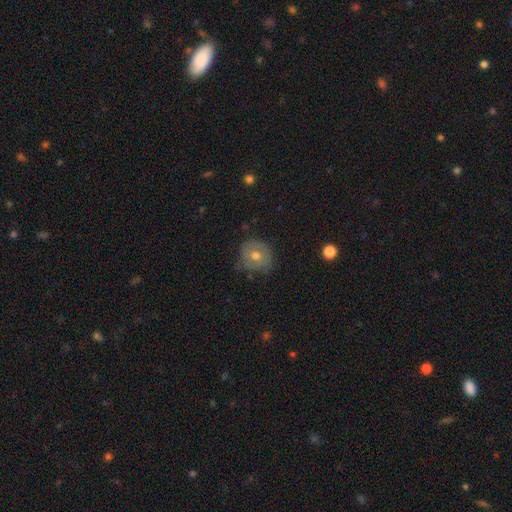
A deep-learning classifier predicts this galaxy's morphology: Smooth or featured?
  - smooth: 52% *
  - featured or disk: 38%
  - star or artifact: 10%
How rounded?
  - round: 84% *
  - in between: 15%
  - cigar-shaped: 1%
Merging?
  - none: 70% *
  - minor disturbance: 23%
  - major disturbance: 6%
  - merger: 2%